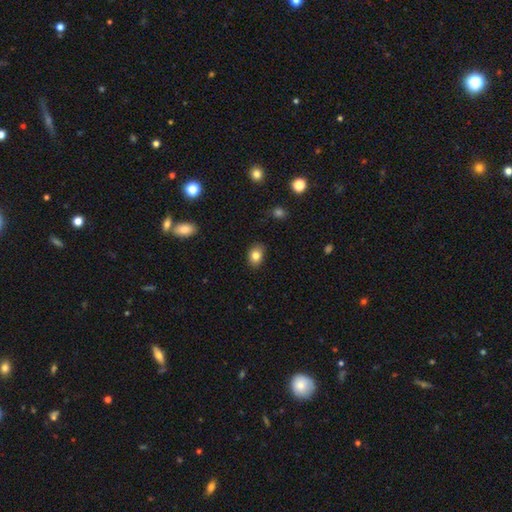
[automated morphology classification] Q: Smooth or featured?
A: smooth (82%); runner-up: star or artifact (10%)
Q: How rounded?
A: in between (68%); runner-up: round (31%)
Q: Merging?
A: none (87%); runner-up: minor disturbance (10%)